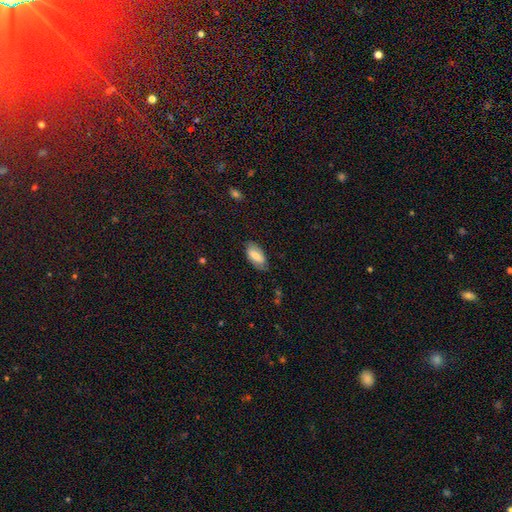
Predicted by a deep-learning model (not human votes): Morphology: type=smooth (67%); roundness=in between (90%); merging=none (76%).